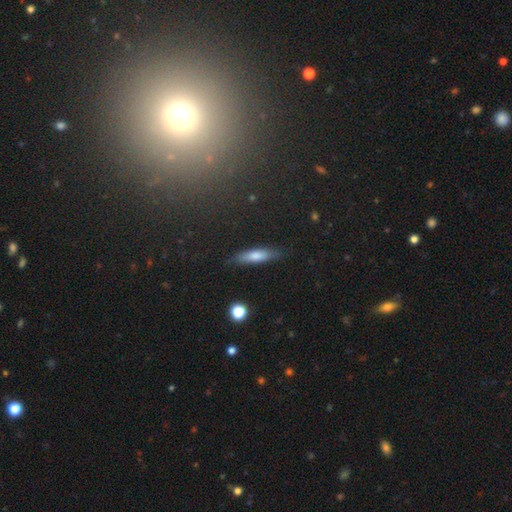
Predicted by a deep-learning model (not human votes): smooth-or-featured: smooth: 69% | featured or disk: 23% | star or artifact: 8%
  how-rounded: cigar-shaped: 75% | in between: 23% | round: 2%
  merging: none: 84% | minor disturbance: 12% | major disturbance: 3% | merger: 1%